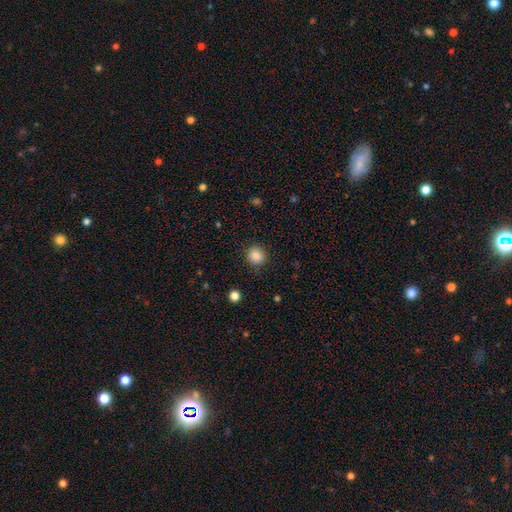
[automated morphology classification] smooth-or-featured: smooth: 86% | star or artifact: 11% | featured or disk: 4%
  how-rounded: round: 87% | in between: 12% | cigar-shaped: 1%
  merging: none: 85% | minor disturbance: 10% | major disturbance: 3% | merger: 2%